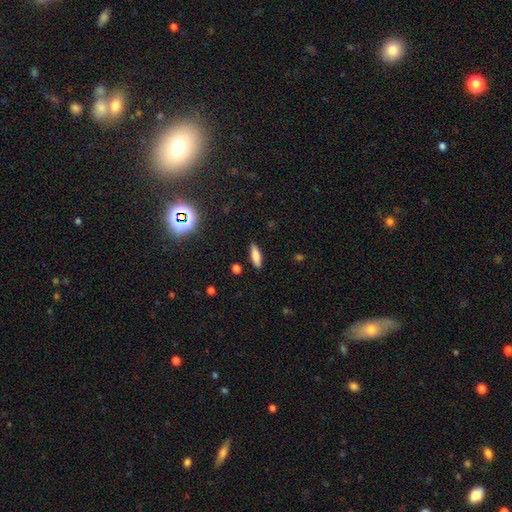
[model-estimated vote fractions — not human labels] A smooth galaxy with no disk features (78%) that is cigar-shaped (52%).

Vote fractions:
- Smooth or featured? smooth: 78% / featured or disk: 13% / star or artifact: 10%
- How rounded? cigar-shaped: 52% / in between: 46% / round: 2%
- Merging? none: 88% / minor disturbance: 9% / major disturbance: 2% / merger: 2%